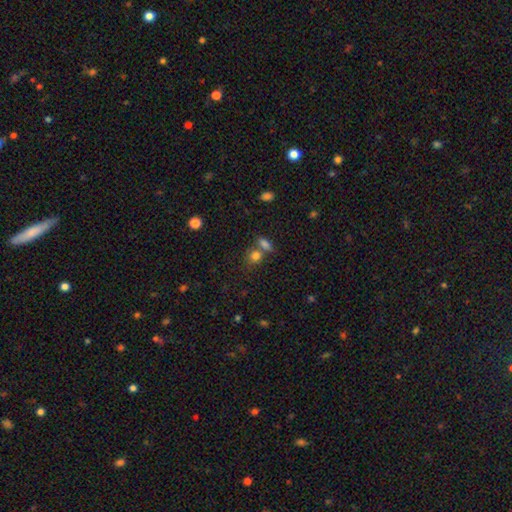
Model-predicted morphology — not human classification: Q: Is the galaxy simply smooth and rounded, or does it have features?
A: smooth — 80%.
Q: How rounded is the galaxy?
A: round — 59%.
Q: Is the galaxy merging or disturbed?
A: none — 49%.